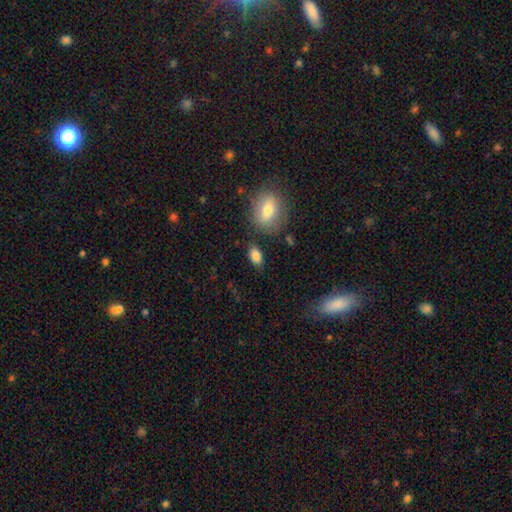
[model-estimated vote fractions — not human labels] Overall: smooth (85%). How rounded: in between (89%). Merging: none (78%).